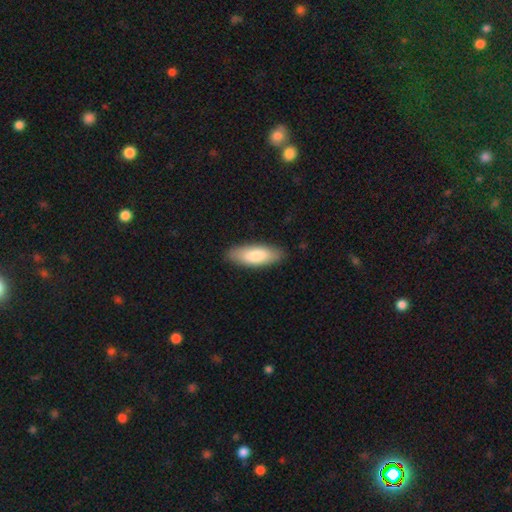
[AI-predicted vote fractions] smooth 80%, featured or disk 15%, star or artifact 5%. Down the decision tree: how rounded — in between (67%); merging — none (87%).